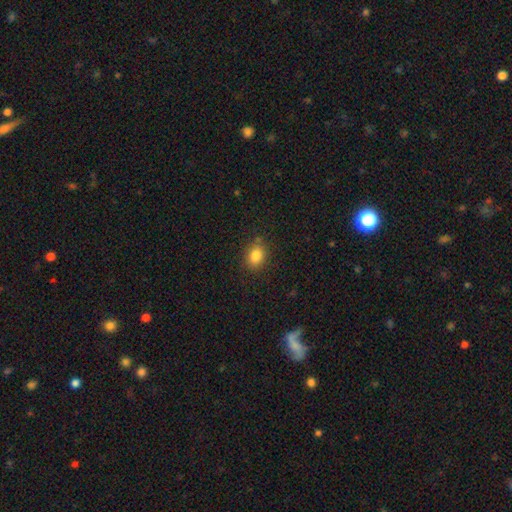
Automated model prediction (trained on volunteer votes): A smooth galaxy with no disk features (84%) that is in between round and cigar-shaped (59%). Merging: none (83%).